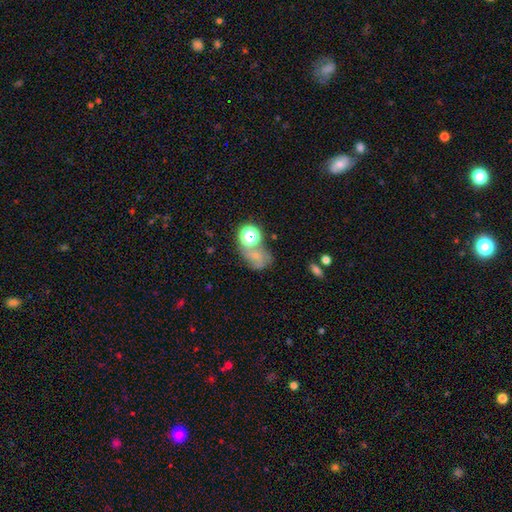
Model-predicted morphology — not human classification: smooth_or_featured: smooth (p=0.42) [alt: star or artifact p=0.29]
merging: none (p=0.42) [alt: merger p=0.22]